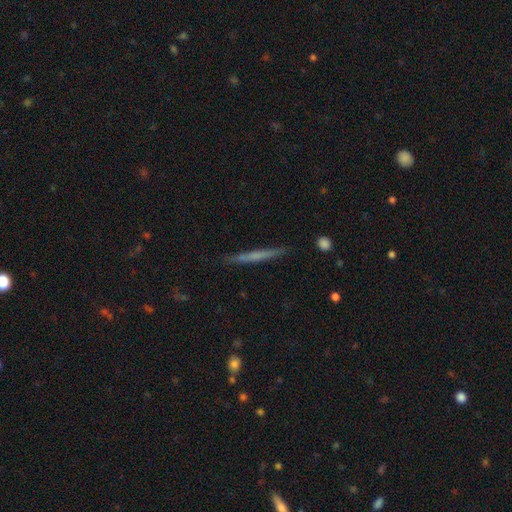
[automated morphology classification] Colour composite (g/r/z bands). It shows a smooth galaxy with no disk features (49%). Merging: none (88%).